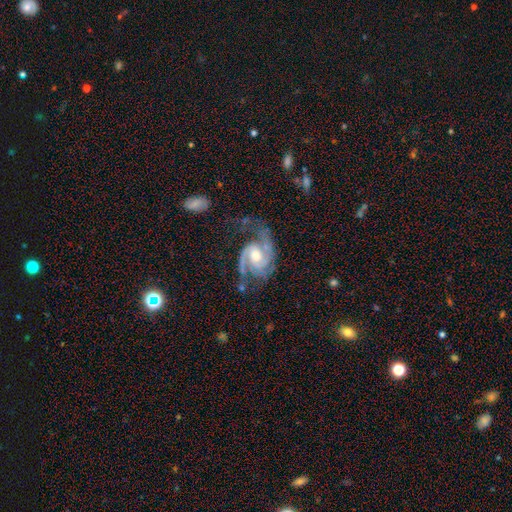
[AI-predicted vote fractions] smooth-or-featured: featured or disk: 92% | star or artifact: 4% | smooth: 4%
  disk-edge-on: no: 98% | yes: 2%
    bar: no: 44% | weak: 43% | strong: 13%
    has-spiral-arms: yes: 98% | no: 2%
      spiral-winding: medium: 55% | tight: 32% | loose: 13%
      spiral-arm-count: 2: 84% | 3: 6% | can't tell: 4% | 1: 3% | 4: 2% | more than 4: 2%
    bulge-size: moderate: 65% | small: 16% | large: 15% | none: 3% | dominant: 1%
  merging: none: 58% | minor disturbance: 22% | major disturbance: 17% | merger: 3%